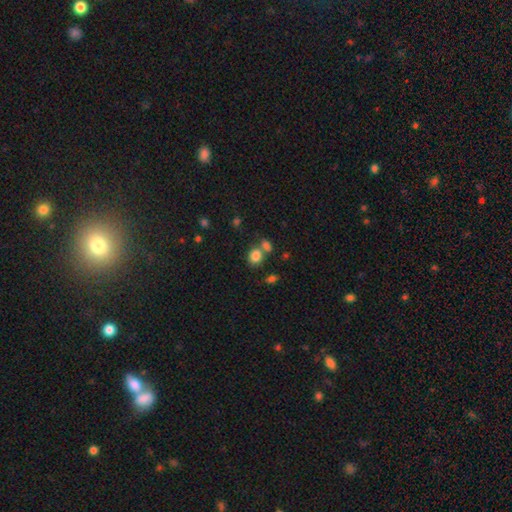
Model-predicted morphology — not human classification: Smooth or featured? smooth (83%)
How rounded? round (65%)
Merging? none (54%)